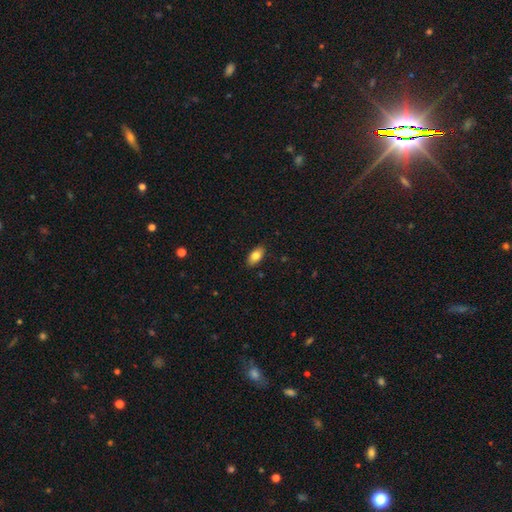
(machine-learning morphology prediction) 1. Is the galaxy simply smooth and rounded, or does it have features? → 80% smooth, 12% featured or disk, 7% star or artifact.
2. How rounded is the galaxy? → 90% in between, 6% cigar-shaped, 4% round.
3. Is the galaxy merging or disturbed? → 88% none, 9% minor disturbance, 2% major disturbance, 1% merger.